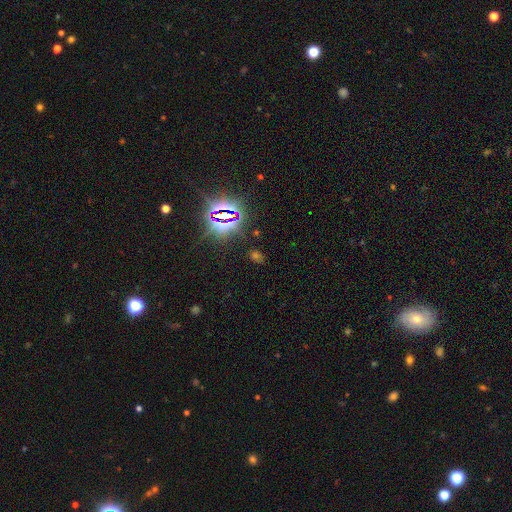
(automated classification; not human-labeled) Smooth or featured?
  - star or artifact: 65% *
  - smooth: 26%
  - featured or disk: 9%